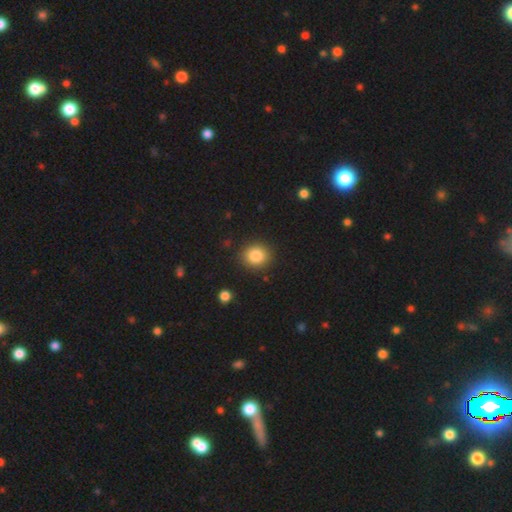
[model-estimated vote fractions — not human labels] The model was most divided on "how rounded": round: 82%, in between: 18%, cigar-shaped: 1%. More confident: merging — none (89%); smooth or featured — smooth (84%).